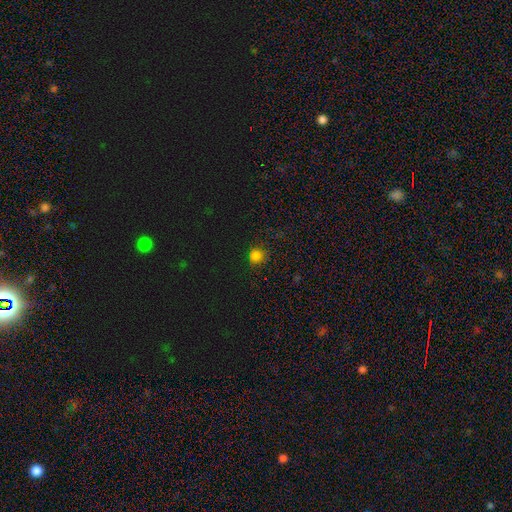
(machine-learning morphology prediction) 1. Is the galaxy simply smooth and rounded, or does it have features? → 76% smooth, 20% star or artifact, 4% featured or disk.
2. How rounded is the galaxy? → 88% round, 11% in between, 1% cigar-shaped.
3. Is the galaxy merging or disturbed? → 80% none, 15% minor disturbance, 4% major disturbance, 1% merger.